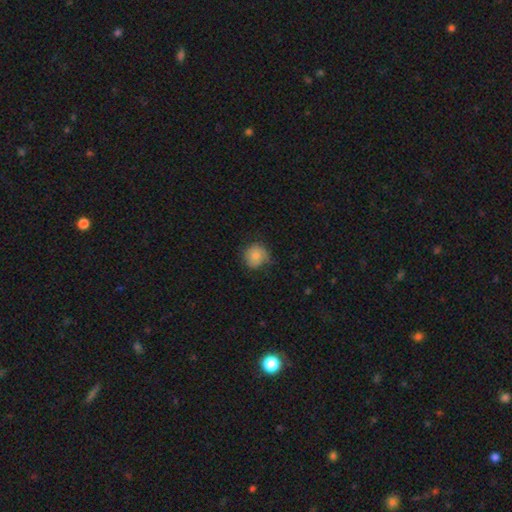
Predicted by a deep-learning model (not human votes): smooth_or_featured: smooth (p=0.77) [alt: featured or disk p=0.14]
how_rounded: round (p=0.87) [alt: in between p=0.12]
merging: none (p=0.65) [alt: minor disturbance p=0.26]